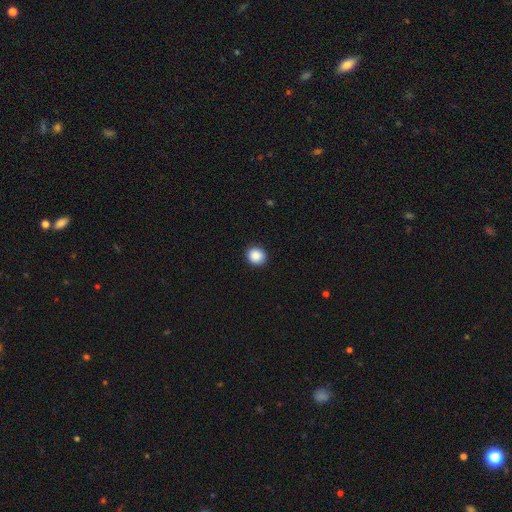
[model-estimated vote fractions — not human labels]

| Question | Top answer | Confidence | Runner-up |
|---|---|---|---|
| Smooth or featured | smooth | 89% | star or artifact (8%) |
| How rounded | round | 82% | in between (17%) |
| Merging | none | 91% | minor disturbance (6%) |